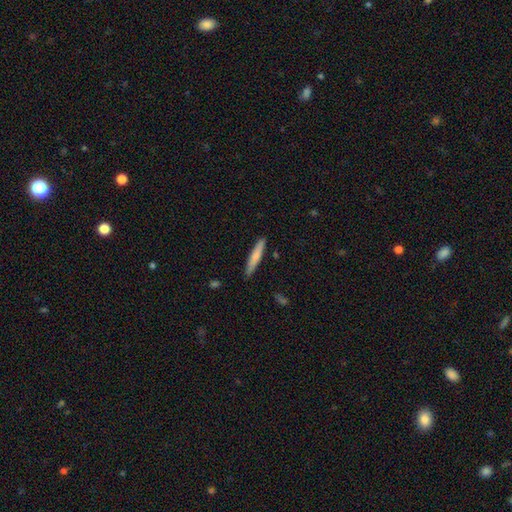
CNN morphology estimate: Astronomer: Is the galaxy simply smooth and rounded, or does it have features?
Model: smooth — 73%.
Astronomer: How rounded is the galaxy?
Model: cigar-shaped — 92%.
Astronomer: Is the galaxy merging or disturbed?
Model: none — 87%.